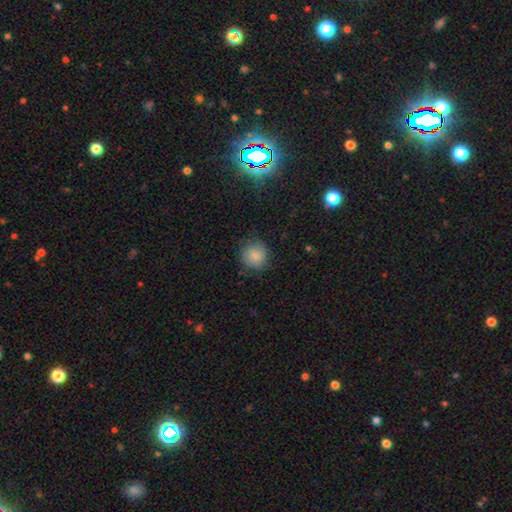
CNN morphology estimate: This appears to be a smooth galaxy with no disk features (84%) that is round (89%). Merging: none (79%).